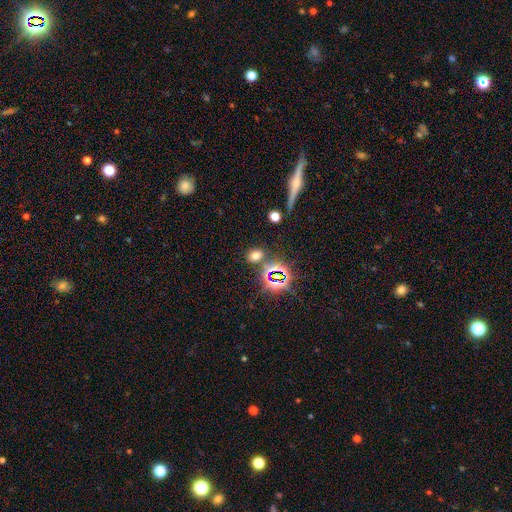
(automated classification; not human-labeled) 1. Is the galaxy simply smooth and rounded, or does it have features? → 63% smooth, 30% star or artifact, 7% featured or disk.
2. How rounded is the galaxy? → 67% in between, 30% round, 2% cigar-shaped.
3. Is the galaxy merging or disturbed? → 78% none, 9% minor disturbance, 9% merger, 4% major disturbance.